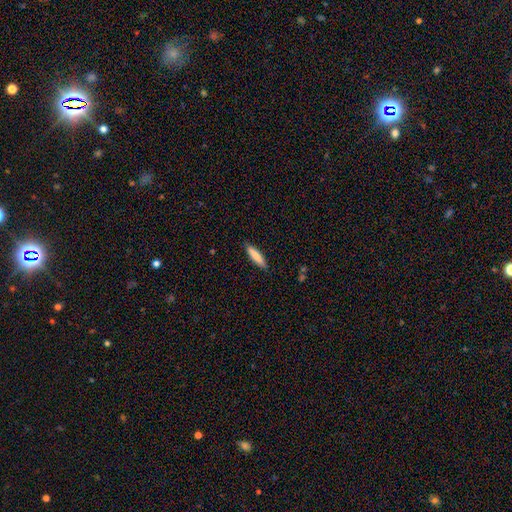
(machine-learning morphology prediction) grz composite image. It shows a smooth galaxy with no disk features (83%) that is cigar-shaped (79%). Merging: none (88%).